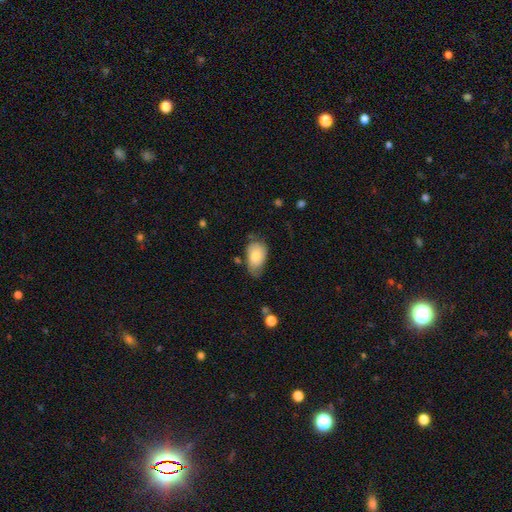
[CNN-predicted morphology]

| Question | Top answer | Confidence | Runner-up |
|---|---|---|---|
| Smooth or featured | smooth | 70% | featured or disk (23%) |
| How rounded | in between | 90% | round (9%) |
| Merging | none | 47% | minor disturbance (38%) |